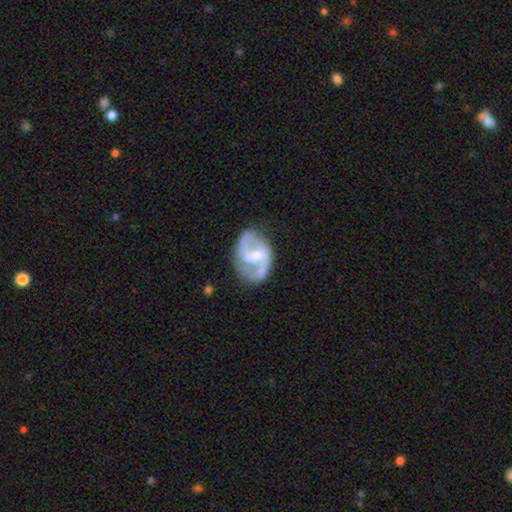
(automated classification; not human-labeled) Q: Smooth or featured?
A: featured or disk (82%); runner-up: smooth (13%)
Q: Edge-on disk?
A: no (97%); runner-up: yes (3%)
Q: Bar?
A: weak (45%); runner-up: no (39%)
Q: Spiral arms?
A: yes (88%); runner-up: no (12%)
Q: Spiral winding?
A: medium (54%); runner-up: tight (25%)
Q: Spiral arm count?
A: 2 (84%); runner-up: can't tell (8%)
Q: Bulge size?
A: moderate (53%); runner-up: small (41%)
Q: Merging?
A: none (66%); runner-up: minor disturbance (23%)